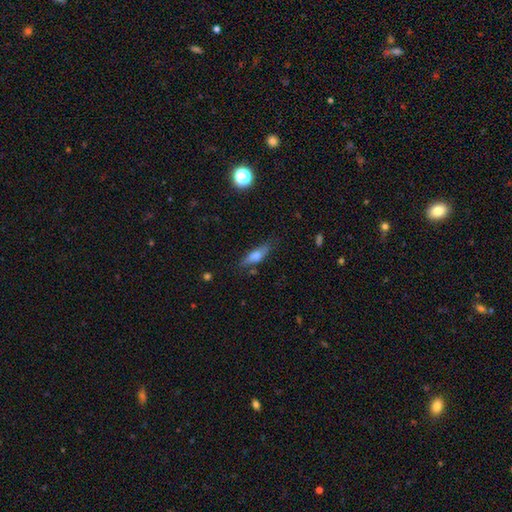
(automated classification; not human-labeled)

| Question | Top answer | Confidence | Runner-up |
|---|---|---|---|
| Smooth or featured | smooth | 69% | featured or disk (22%) |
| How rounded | in between | 52% | cigar-shaped (45%) |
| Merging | none | 64% | minor disturbance (24%) |